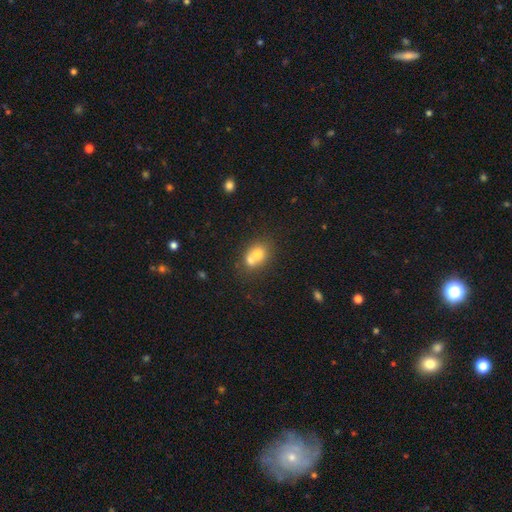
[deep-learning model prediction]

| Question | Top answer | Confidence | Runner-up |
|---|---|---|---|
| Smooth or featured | smooth | 68% | featured or disk (21%) |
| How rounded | round | 58% | in between (41%) |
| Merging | merger | 60% | none (30%) |